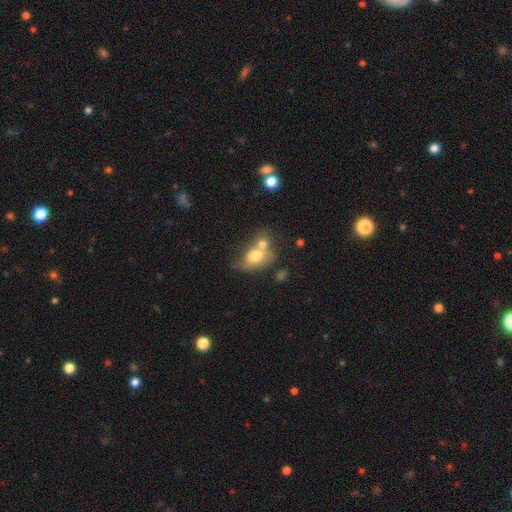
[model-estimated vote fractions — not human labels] smooth-or-featured: smooth: 71% | featured or disk: 20% | star or artifact: 9%
  how-rounded: in between: 66% | round: 32% | cigar-shaped: 2%
  merging: merger: 61% | none: 21% | minor disturbance: 11% | major disturbance: 7%